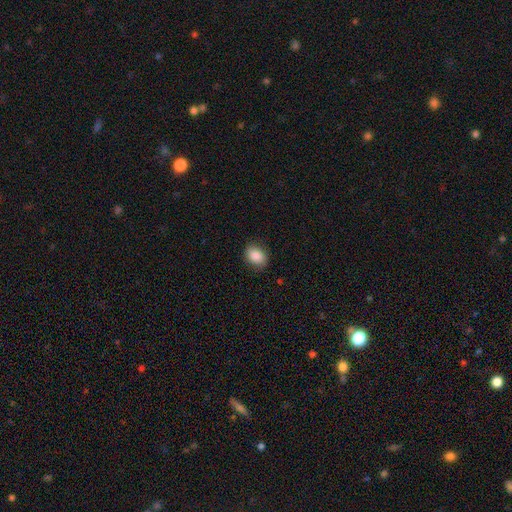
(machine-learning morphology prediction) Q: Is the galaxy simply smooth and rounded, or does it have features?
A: smooth — 87%.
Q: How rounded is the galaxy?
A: in between — 66%.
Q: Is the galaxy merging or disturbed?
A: none — 86%.